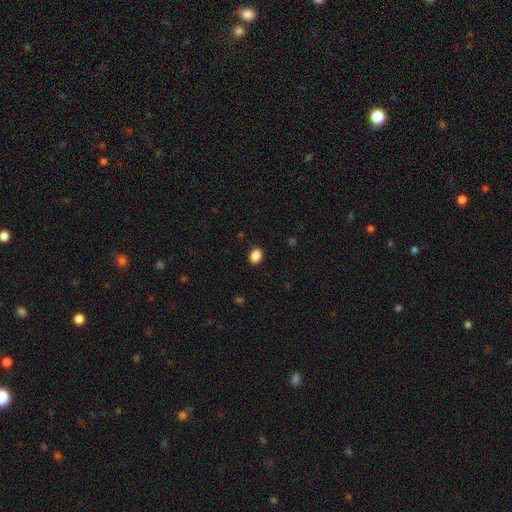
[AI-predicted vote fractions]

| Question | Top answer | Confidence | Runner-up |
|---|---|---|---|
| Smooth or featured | smooth | 88% | star or artifact (9%) |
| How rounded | in between | 68% | round (31%) |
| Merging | none | 88% | minor disturbance (8%) |